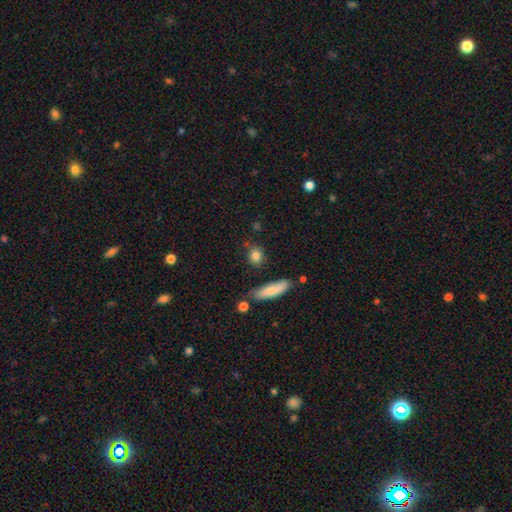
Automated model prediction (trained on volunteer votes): This appears to be a smooth galaxy with no disk features (83%) that is round (56%). Merging: none (74%).